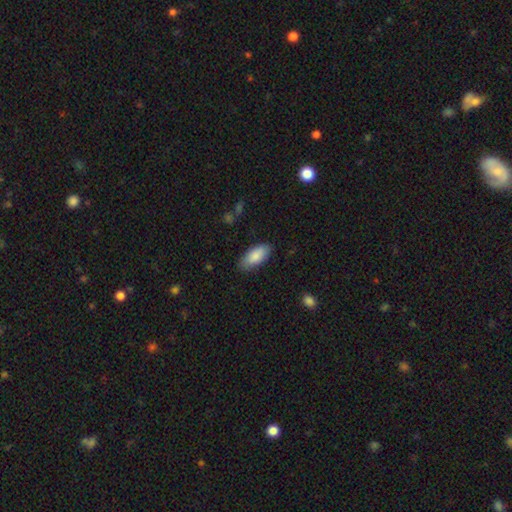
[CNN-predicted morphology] Q: Smooth or featured?
A: smooth (87%); runner-up: featured or disk (7%)
Q: How rounded?
A: in between (88%); runner-up: cigar-shaped (10%)
Q: Merging?
A: none (83%); runner-up: minor disturbance (13%)